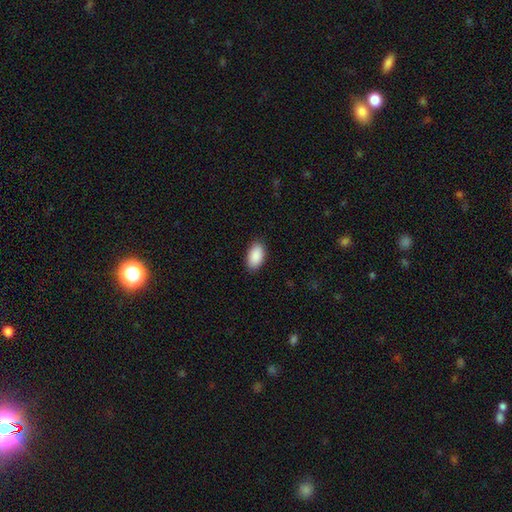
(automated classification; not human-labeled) This appears to be a smooth galaxy with no disk features (91%) that is in between round and cigar-shaped (95%). Merging: none (88%).